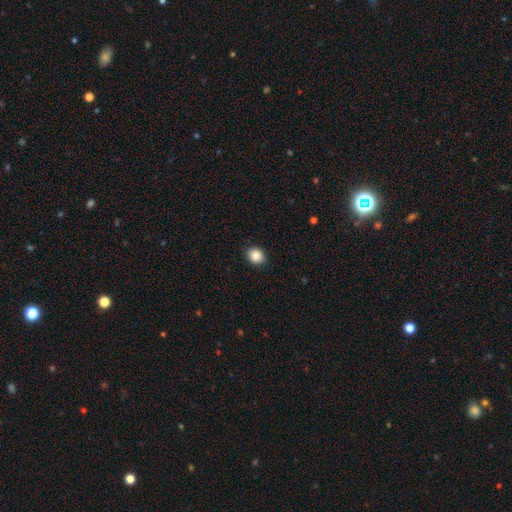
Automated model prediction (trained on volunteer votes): smooth-or-featured: smooth: 86% | star or artifact: 9% | featured or disk: 5%
  how-rounded: round: 63% | in between: 36% | cigar-shaped: 1%
  merging: none: 88% | minor disturbance: 9% | major disturbance: 2% | merger: 1%